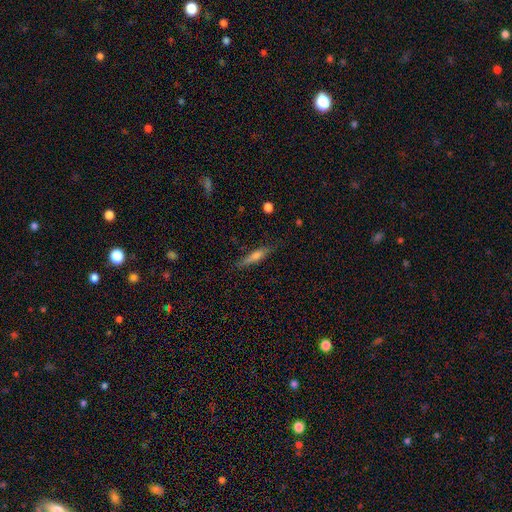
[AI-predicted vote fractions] A smooth galaxy with no disk features (52%) that is cigar-shaped (85%). Merging: none (83%).